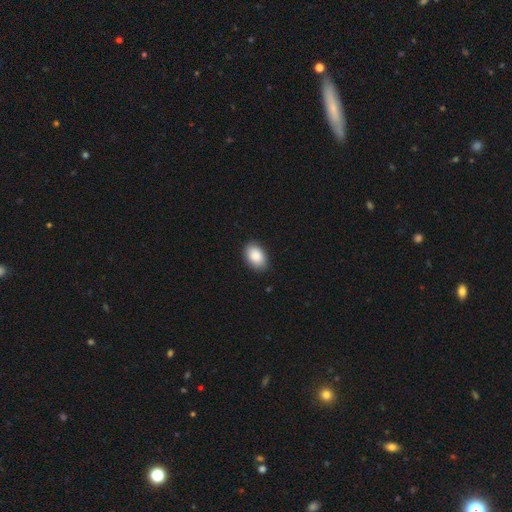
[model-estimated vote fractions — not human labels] Smooth or featured: smooth — 89% (star or artifact — 7%)
How rounded: in between — 87% (round — 12%)
Merging: none — 87% (minor disturbance — 10%)